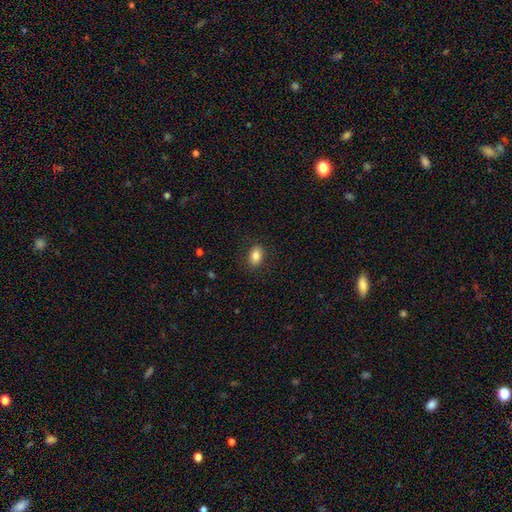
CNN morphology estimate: This appears to be a smooth galaxy with no disk features (83%) that is in between round and cigar-shaped (85%). Merging: none (87%).